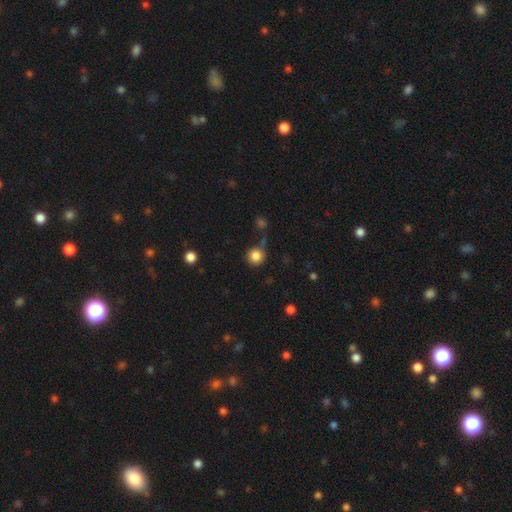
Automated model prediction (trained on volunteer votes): A smooth galaxy with no disk features (85%) that is round (94%). Merging: none (74%).